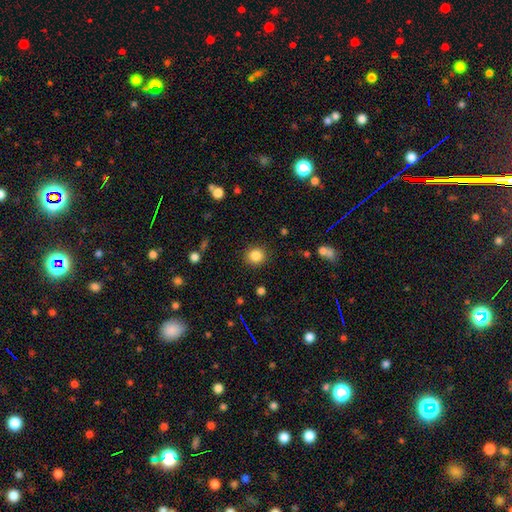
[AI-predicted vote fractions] Smooth or featured? Predicted: smooth (p=0.85). How rounded? Predicted: round (p=0.86). Merging? Predicted: none (p=0.89).